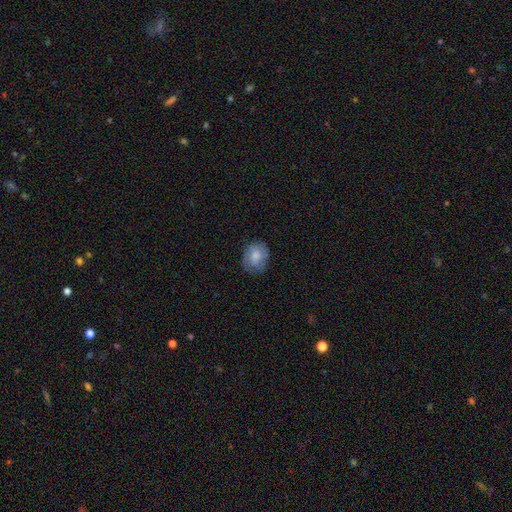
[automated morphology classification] A smooth galaxy with no disk features (74%) that is round (53%).

Vote fractions:
- Smooth or featured? smooth: 74% / featured or disk: 19% / star or artifact: 7%
- How rounded? round: 53% / in between: 46% / cigar-shaped: 1%
- Merging? none: 73% / minor disturbance: 20% / major disturbance: 5% / merger: 1%